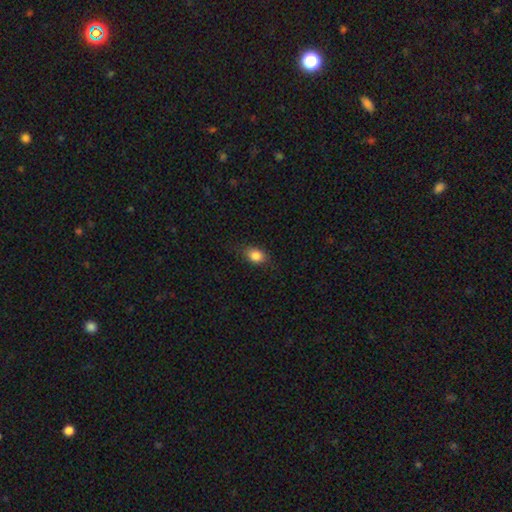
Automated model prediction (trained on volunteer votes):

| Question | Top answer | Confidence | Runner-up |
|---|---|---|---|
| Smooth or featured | smooth | 84% | star or artifact (9%) |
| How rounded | in between | 65% | round (33%) |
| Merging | none | 79% | minor disturbance (16%) |